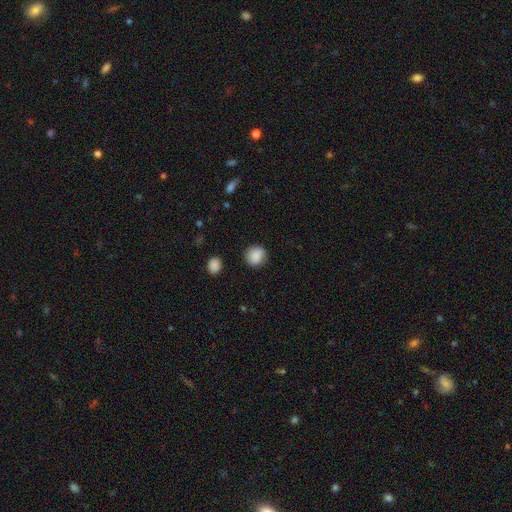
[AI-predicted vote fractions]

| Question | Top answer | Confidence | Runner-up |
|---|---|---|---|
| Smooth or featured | smooth | 86% | star or artifact (8%) |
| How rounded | round | 86% | in between (13%) |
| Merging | none | 81% | minor disturbance (13%) |